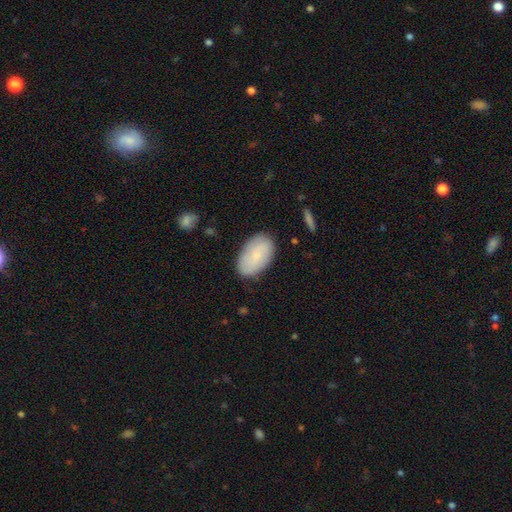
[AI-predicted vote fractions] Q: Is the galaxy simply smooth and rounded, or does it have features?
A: smooth — 76%.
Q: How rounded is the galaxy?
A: in between — 94%.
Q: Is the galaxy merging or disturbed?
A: none — 83%.